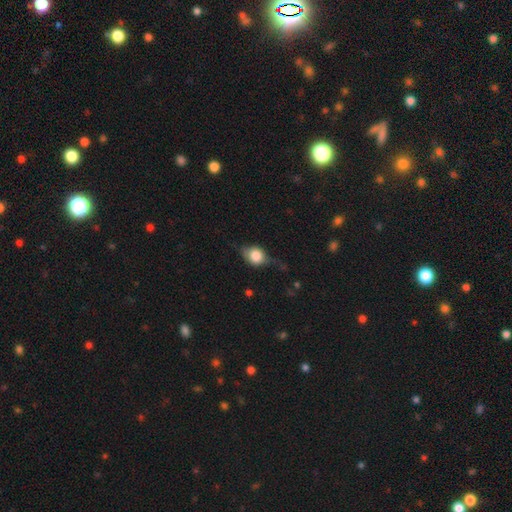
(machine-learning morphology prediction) Q: Smooth or featured?
A: smooth (60%); runner-up: featured or disk (31%)
Q: How rounded?
A: round (50%); runner-up: in between (47%)
Q: Merging?
A: none (49%); runner-up: minor disturbance (31%)